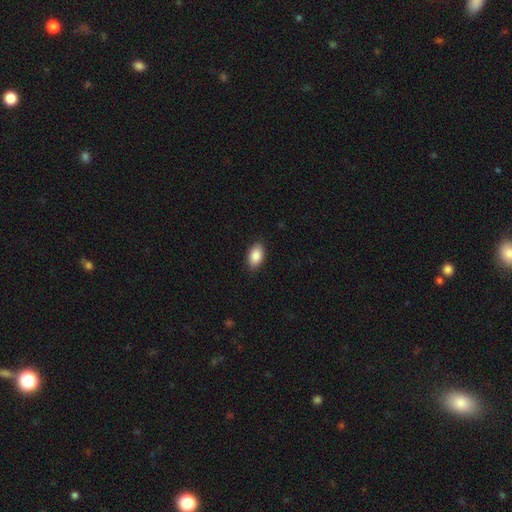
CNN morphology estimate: smooth-or-featured: smooth: 88% | star or artifact: 7% | featured or disk: 5%
  how-rounded: in between: 92% | round: 6% | cigar-shaped: 2%
  merging: none: 88% | minor disturbance: 9% | major disturbance: 2% | merger: 1%